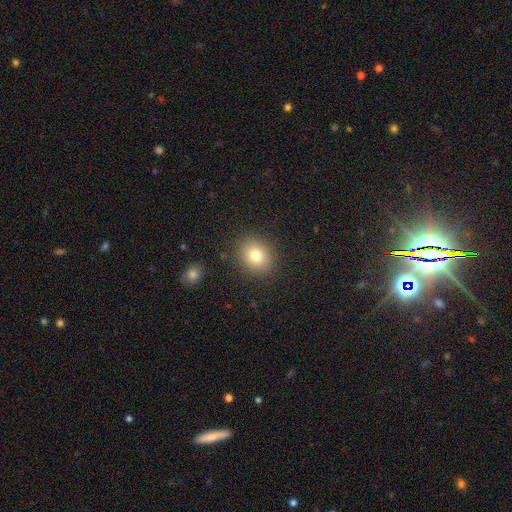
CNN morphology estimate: A smooth galaxy with no disk features (79%) that is round (71%).

Vote fractions:
- Smooth or featured? smooth: 79% / star or artifact: 12% / featured or disk: 10%
- How rounded? round: 71% / in between: 28% / cigar-shaped: 1%
- Merging? none: 88% / minor disturbance: 8% / major disturbance: 3% / merger: 2%